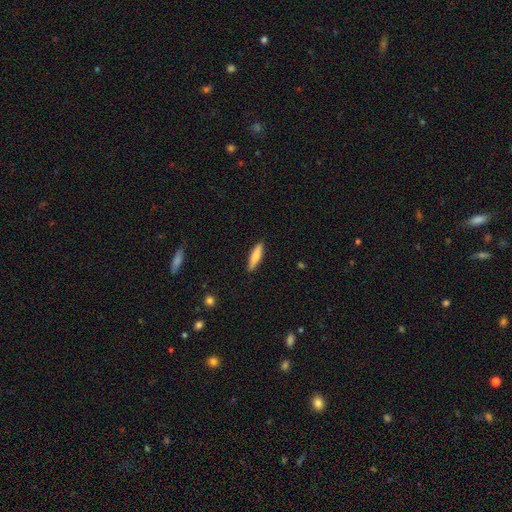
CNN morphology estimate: Smooth or featured: smooth — 76% (featured or disk — 18%)
How rounded: cigar-shaped — 76% (in between — 23%)
Merging: none — 89% (minor disturbance — 8%)